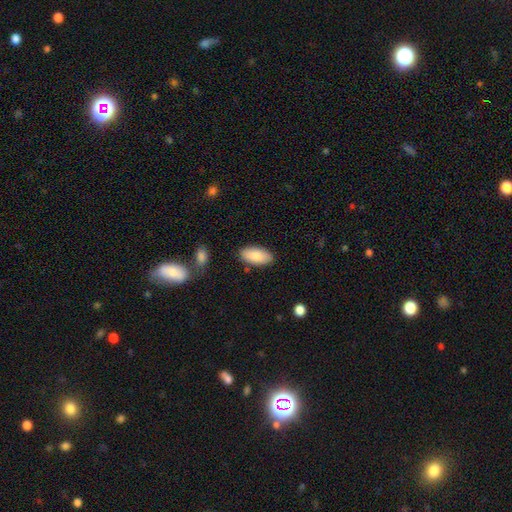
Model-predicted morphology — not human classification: smooth-or-featured: smooth: 86% | featured or disk: 8% | star or artifact: 6%
  how-rounded: in between: 93% | cigar-shaped: 5% | round: 2%
  merging: none: 85% | minor disturbance: 11% | major disturbance: 2% | merger: 2%